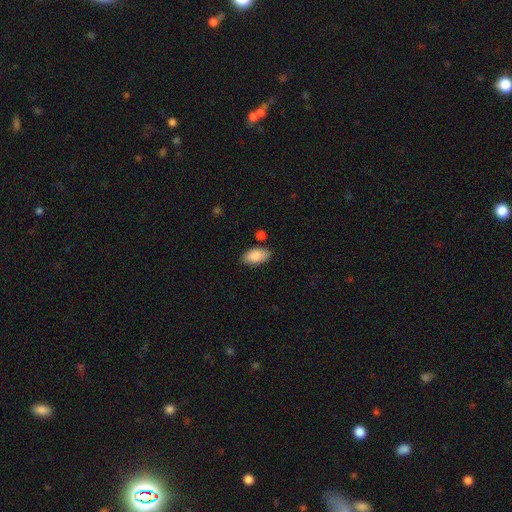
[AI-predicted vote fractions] This appears to be a smooth galaxy with no disk features (88%) that is in between round and cigar-shaped (94%). Merging: none (80%).